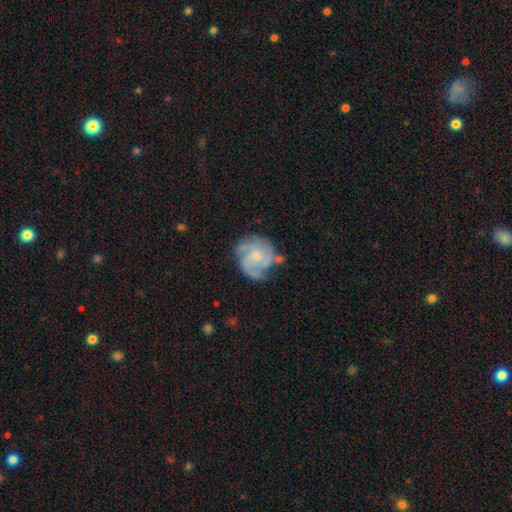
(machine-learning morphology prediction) A featured or disk galaxy (81%) with no bar (71%), 3 (44%) tight (52%) spiral arms (95%) and a small central bulge (55%).

Vote fractions:
- Smooth or featured? featured or disk: 81% / smooth: 13% / star or artifact: 6%
- Edge-on disk? no: 98% / yes: 2%
- Bar? no: 71% / weak: 25% / strong: 4%
- Spiral arms? yes: 95% / no: 5%
- Spiral winding? tight: 52% / medium: 39% / loose: 9%
- Spiral arm count? 3: 44% / 2: 18% / can't tell: 17% / 4: 13% / 1: 4% / more than 4: 4%
- Bulge size? small: 55% / moderate: 39% / none: 4% / large: 1% / dominant: 1%
- Merging? none: 69% / minor disturbance: 21% / major disturbance: 7% / merger: 3%